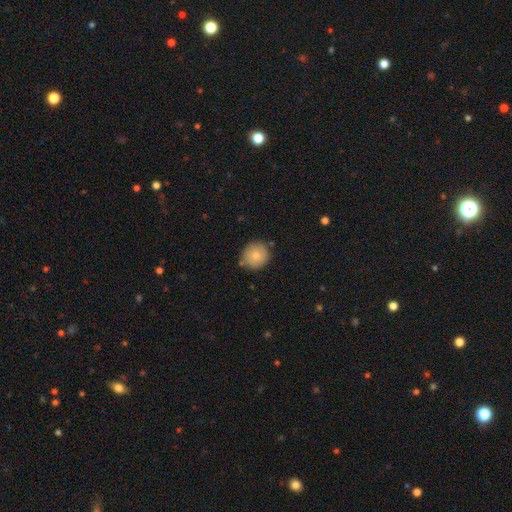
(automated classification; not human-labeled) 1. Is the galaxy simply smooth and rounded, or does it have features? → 80% smooth, 11% featured or disk, 9% star or artifact.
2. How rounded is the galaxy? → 94% round, 6% in between, 1% cigar-shaped.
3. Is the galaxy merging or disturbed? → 82% none, 11% minor disturbance, 4% merger, 2% major disturbance.